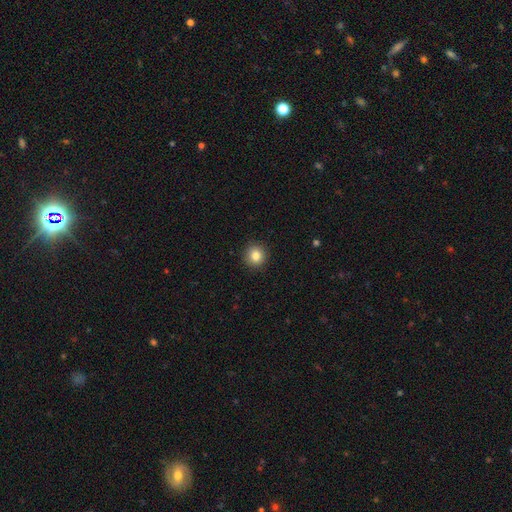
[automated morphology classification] Smooth or featured? Predicted: smooth (p=0.83). How rounded? Predicted: round (p=0.93). Merging? Predicted: none (p=0.92).